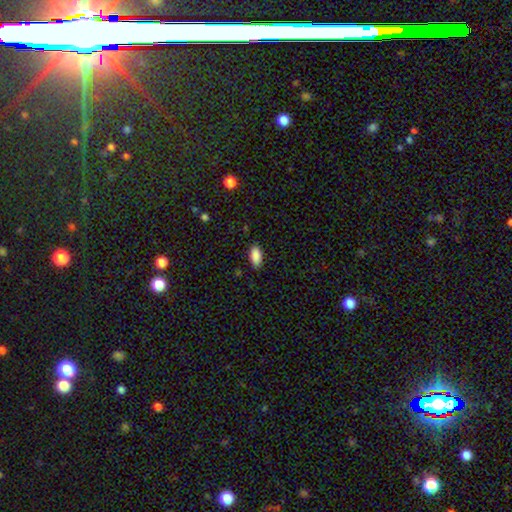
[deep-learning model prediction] A smooth galaxy with no disk features (89%) that is in between round and cigar-shaped (91%).

Vote fractions:
- Smooth or featured? smooth: 89% / star or artifact: 7% / featured or disk: 4%
- How rounded? in between: 91% / cigar-shaped: 6% / round: 2%
- Merging? none: 86% / minor disturbance: 11% / major disturbance: 2% / merger: 1%